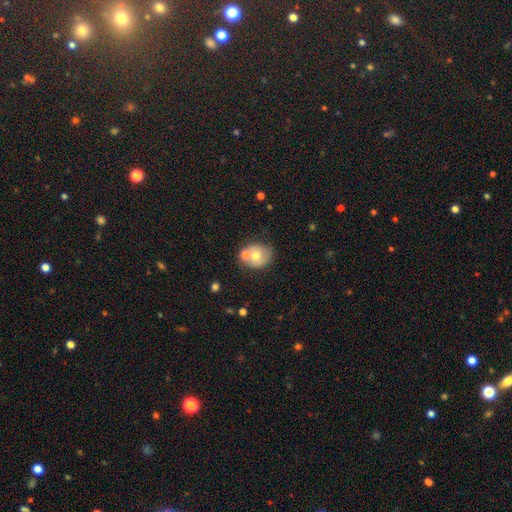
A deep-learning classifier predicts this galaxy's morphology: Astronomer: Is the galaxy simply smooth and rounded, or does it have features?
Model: smooth — 59%.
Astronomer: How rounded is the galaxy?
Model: round — 68%.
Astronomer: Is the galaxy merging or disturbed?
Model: none — 48% (runner-up: merger, 32%).